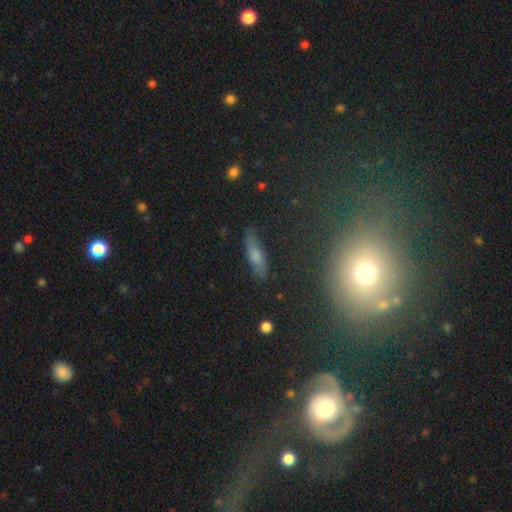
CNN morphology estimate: A smooth galaxy with no disk features (62%) that is cigar-shaped (65%).

Vote fractions:
- Smooth or featured? smooth: 62% / featured or disk: 26% / star or artifact: 11%
- How rounded? cigar-shaped: 65% / in between: 32% / round: 3%
- Merging? none: 78% / minor disturbance: 16% / major disturbance: 4% / merger: 2%